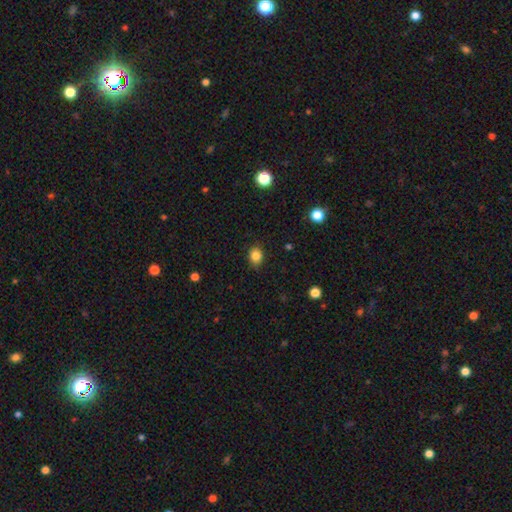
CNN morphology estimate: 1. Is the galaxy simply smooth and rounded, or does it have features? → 84% smooth, 11% star or artifact, 5% featured or disk.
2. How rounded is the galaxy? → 50% in between, 49% round, 1% cigar-shaped.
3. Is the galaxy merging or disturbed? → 86% none, 11% minor disturbance, 2% major disturbance, 1% merger.